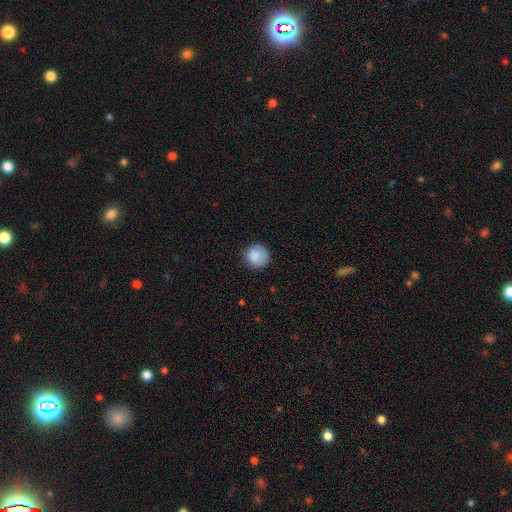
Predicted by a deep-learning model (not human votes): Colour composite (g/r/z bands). It shows a smooth galaxy with no disk features (86%) that is round (93%). Merging: none (82%).